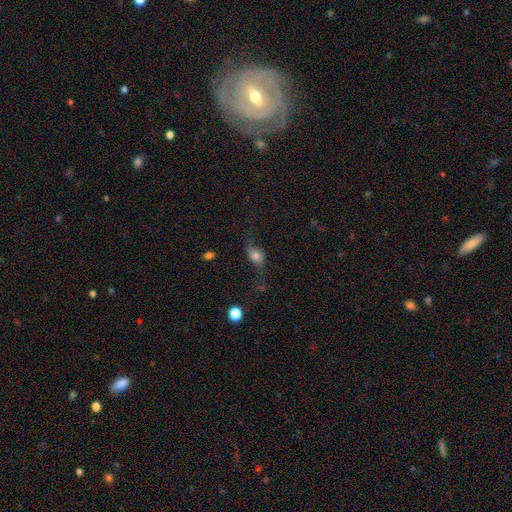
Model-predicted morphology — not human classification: A smooth galaxy with no disk features (53%) that is in between round and cigar-shaped (71%). Merging: none (55%).